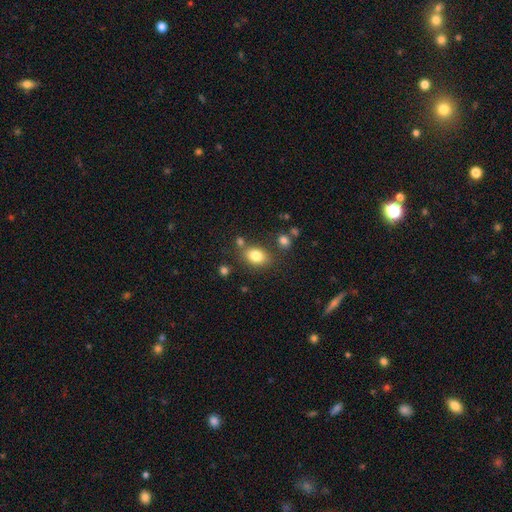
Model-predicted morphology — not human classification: smooth-or-featured: smooth: 81% | star or artifact: 10% | featured or disk: 9%
  how-rounded: in between: 72% | round: 26% | cigar-shaped: 1%
  merging: none: 73% | minor disturbance: 14% | merger: 9% | major disturbance: 4%